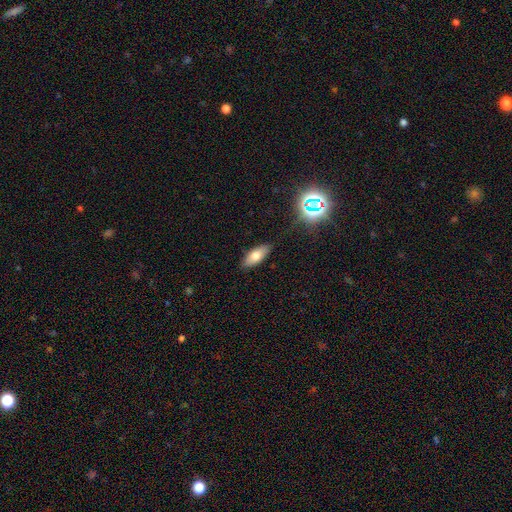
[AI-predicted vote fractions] Overall: smooth (71%). How rounded: in between (80%). Merging: none (86%).